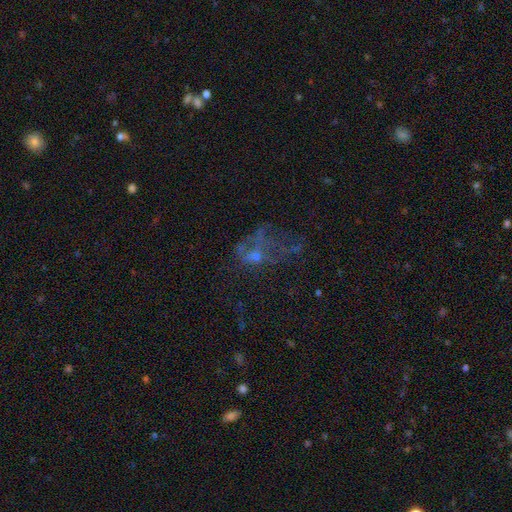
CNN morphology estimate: featured or disk 45%, star or artifact 29%, smooth 26%. Down the decision tree: merging — major disturbance (45%).